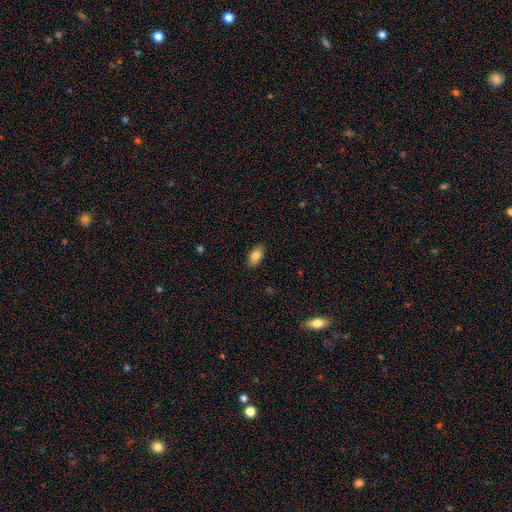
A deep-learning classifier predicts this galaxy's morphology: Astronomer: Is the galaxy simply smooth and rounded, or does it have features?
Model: smooth — 84%.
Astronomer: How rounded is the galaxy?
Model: in between — 92%.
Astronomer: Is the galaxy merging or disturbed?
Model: none — 88%.